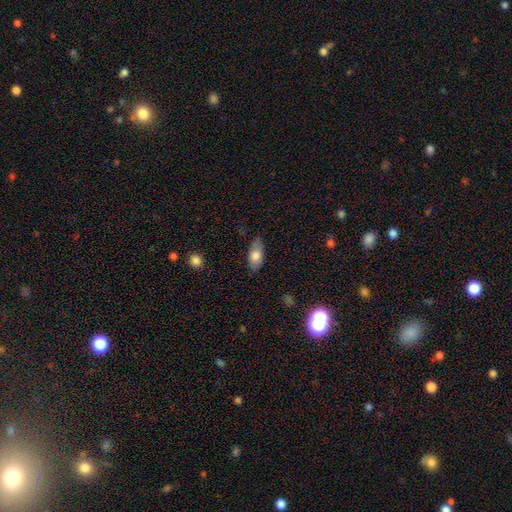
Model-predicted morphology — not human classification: Smooth or featured?
  - smooth: 73% *
  - featured or disk: 20%
  - star or artifact: 7%
How rounded?
  - in between: 86% *
  - cigar-shaped: 10%
  - round: 4%
Merging?
  - none: 78% *
  - minor disturbance: 17%
  - major disturbance: 4%
  - merger: 1%